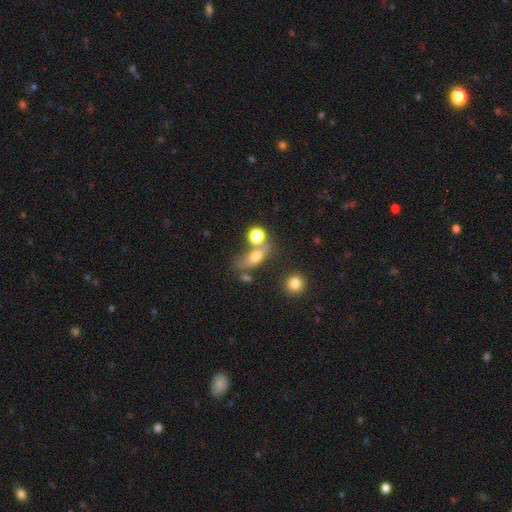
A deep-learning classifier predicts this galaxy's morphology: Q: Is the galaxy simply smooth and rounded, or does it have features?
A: smooth — 64%.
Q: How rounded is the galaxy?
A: in between — 59%.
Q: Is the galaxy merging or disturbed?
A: none — 47%.